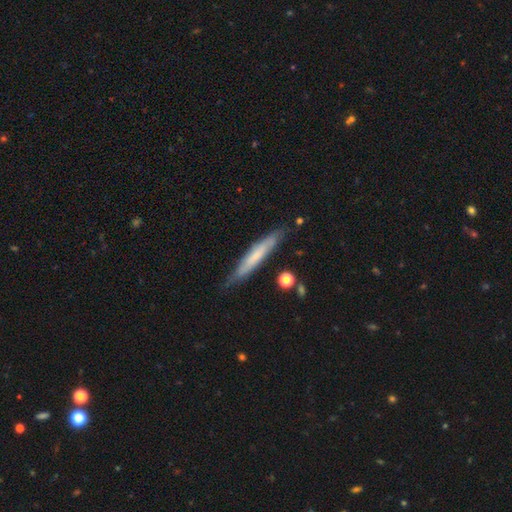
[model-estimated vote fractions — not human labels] Overall: smooth (52%; featured or disk 42%). How rounded: cigar-shaped (93%). Merging: none (80%).